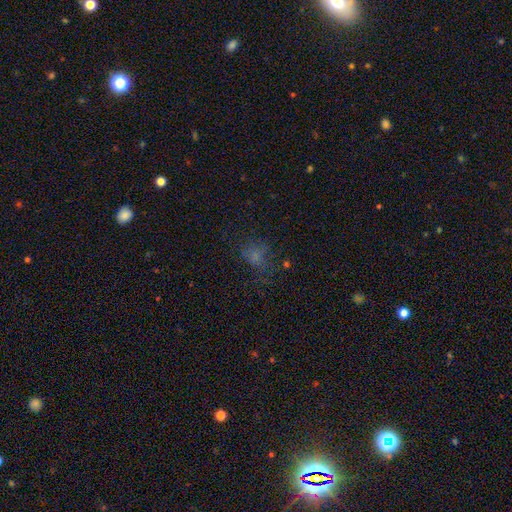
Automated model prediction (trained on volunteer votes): Smooth or featured?
  - smooth: 57% *
  - star or artifact: 27%
  - featured or disk: 16%
How rounded?
  - round: 50% *
  - in between: 48%
  - cigar-shaped: 2%
Merging?
  - none: 54% *
  - major disturbance: 22%
  - minor disturbance: 21%
  - merger: 3%